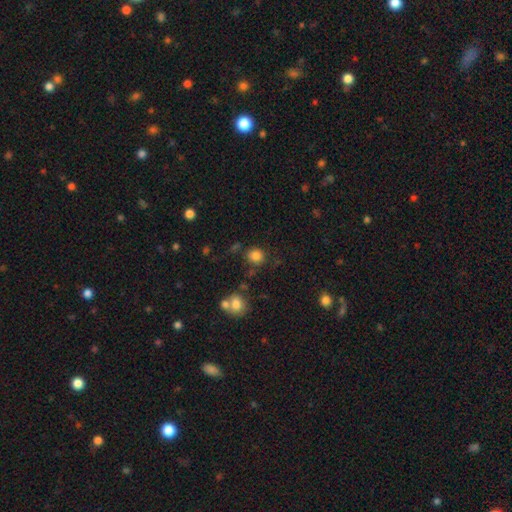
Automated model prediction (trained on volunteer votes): Smooth or featured? Predicted: smooth (p=0.82). How rounded? Predicted: round (p=0.82). Merging? Predicted: none (p=0.77).